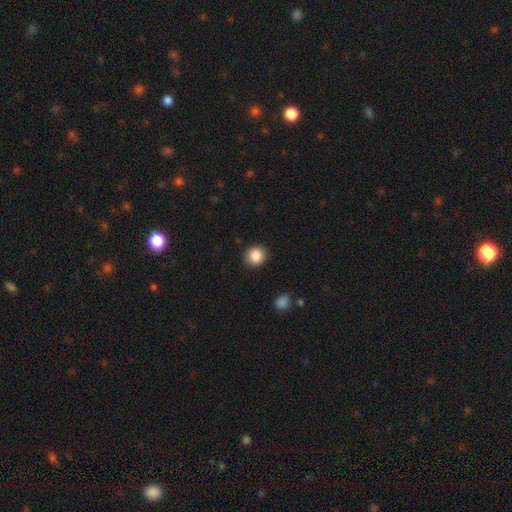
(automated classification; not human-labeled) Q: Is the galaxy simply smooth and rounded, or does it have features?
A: smooth — 87%.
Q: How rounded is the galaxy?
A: round — 73%.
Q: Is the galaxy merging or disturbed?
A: none — 88%.